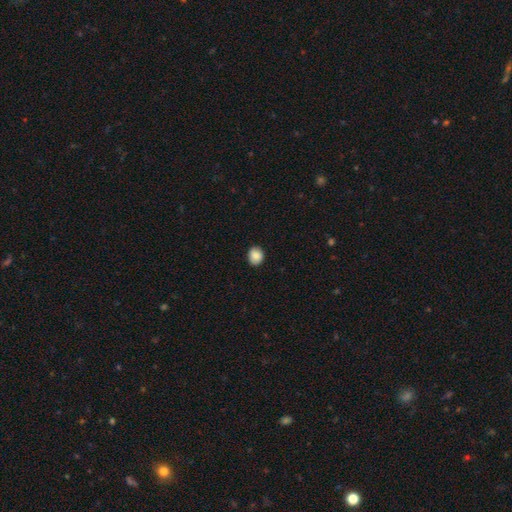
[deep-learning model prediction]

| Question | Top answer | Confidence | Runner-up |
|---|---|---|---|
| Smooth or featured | smooth | 88% | star or artifact (8%) |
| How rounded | round | 73% | in between (26%) |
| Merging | none | 88% | minor disturbance (9%) |